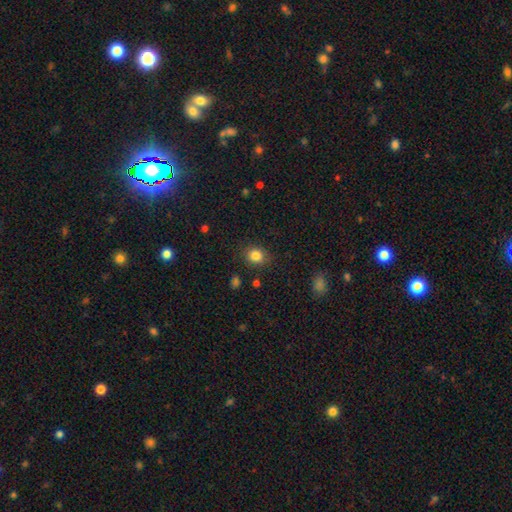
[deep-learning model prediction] Morphology: type=smooth (84%); roundness=round (66%); merging=none (85%).